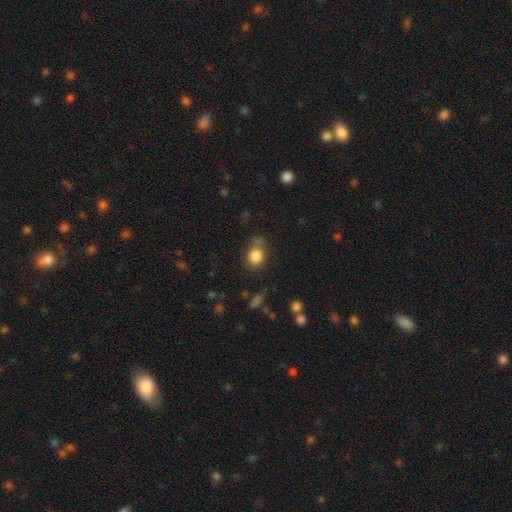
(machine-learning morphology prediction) Smooth or featured: smooth — 84% (star or artifact — 10%)
How rounded: round — 53% (in between — 46%)
Merging: none — 63% (minor disturbance — 23%)